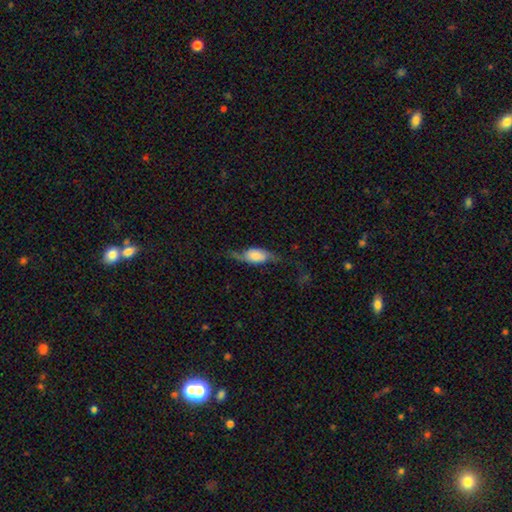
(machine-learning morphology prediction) A smooth galaxy with no disk features (46%, tied with featured or disk). Merging: none (48%).